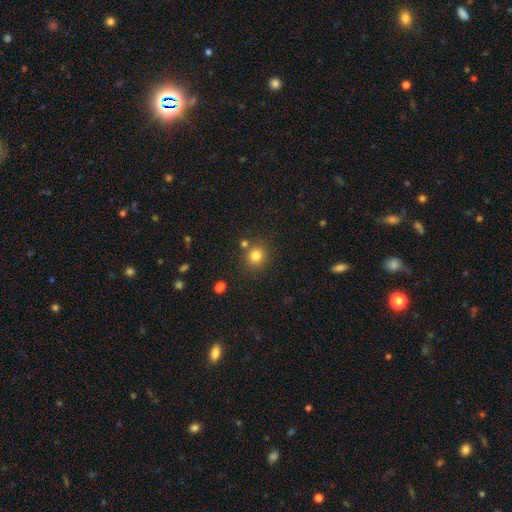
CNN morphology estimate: A smooth galaxy with no disk features (81%) that is round (89%). Merging: none (80%).